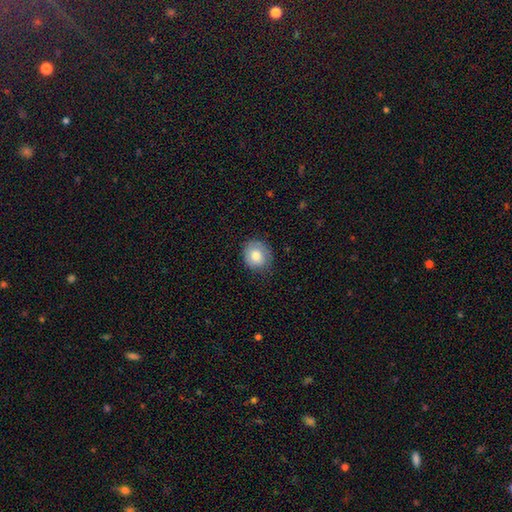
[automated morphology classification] Smooth or featured?
  - smooth: 79% *
  - featured or disk: 13%
  - star or artifact: 8%
How rounded?
  - round: 73% *
  - in between: 26%
  - cigar-shaped: 1%
Merging?
  - none: 75% *
  - minor disturbance: 19%
  - major disturbance: 5%
  - merger: 1%